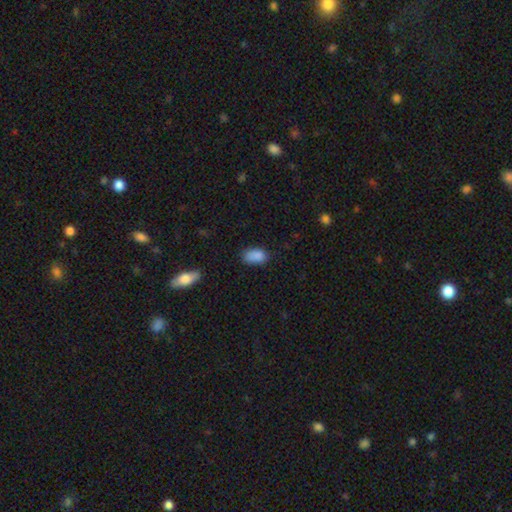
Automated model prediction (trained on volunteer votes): The model was most divided on "merging": none: 70%, minor disturbance: 23%, major disturbance: 5%, merger: 2%. More confident: how rounded — in between (91%); smooth or featured — smooth (87%).